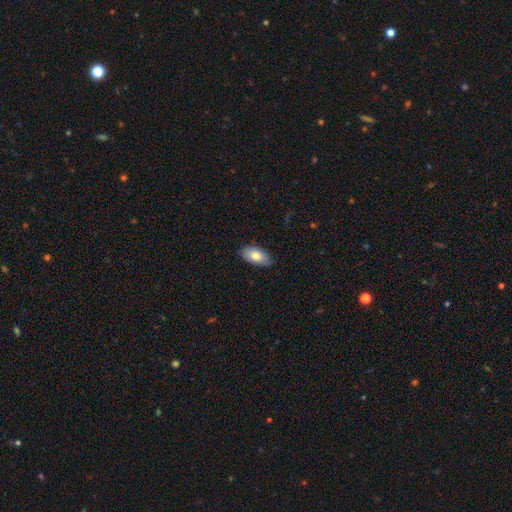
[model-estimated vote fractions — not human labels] Morphology: type=smooth (79%); roundness=in between (94%); merging=none (84%).